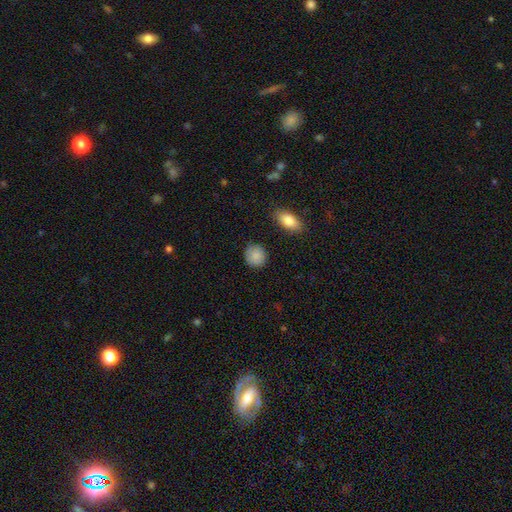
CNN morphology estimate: This appears to be a smooth galaxy with no disk features (87%) that is round (79%). Merging: none (82%).